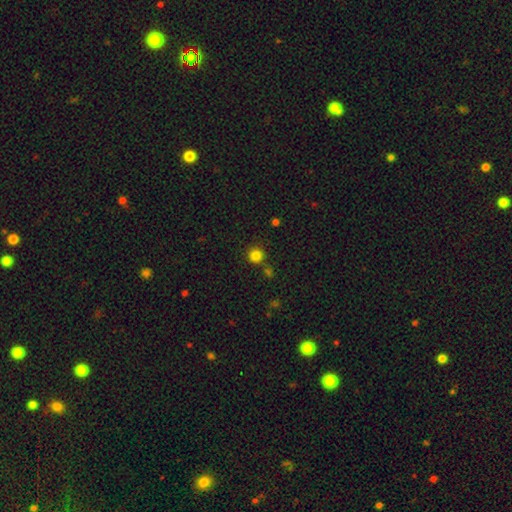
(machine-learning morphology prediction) Q: Smooth or featured?
A: smooth (82%); runner-up: star or artifact (14%)
Q: How rounded?
A: round (93%); runner-up: in between (6%)
Q: Merging?
A: none (80%); runner-up: merger (9%)